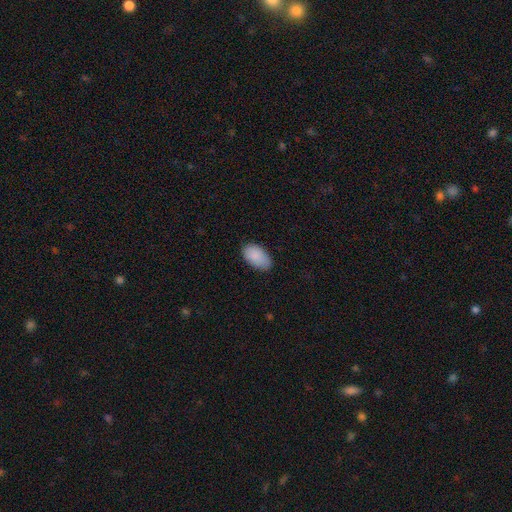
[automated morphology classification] This is clearly a smooth galaxy (89%). How rounded: clearly in between (94%). Merging: likely none (79%).